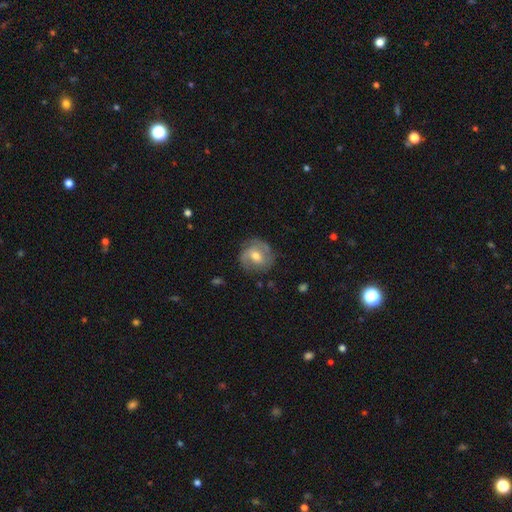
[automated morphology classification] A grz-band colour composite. It shows a featured or disk galaxy (54%) with no bar (44%), spiral arms (77%) and a moderate central bulge (69%). Merging: none (73%).